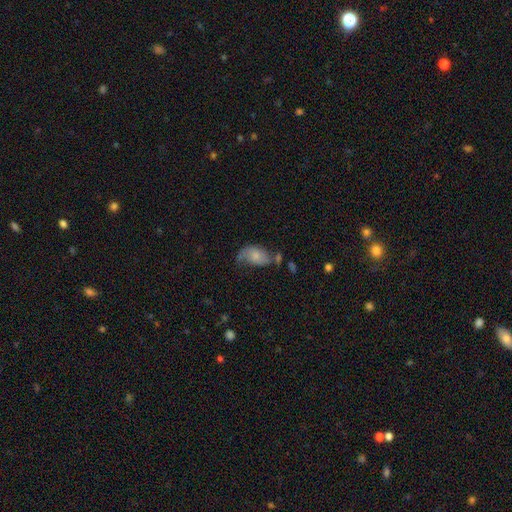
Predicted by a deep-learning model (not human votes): This appears to be a smooth galaxy with no disk features (54%) that is in between round and cigar-shaped (89%). Merging: none (35%).